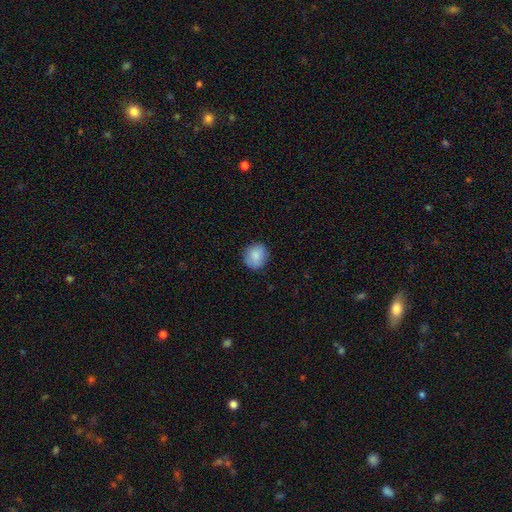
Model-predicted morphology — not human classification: This appears to be a smooth galaxy with no disk features (86%) that is round (84%). Merging: none (86%).